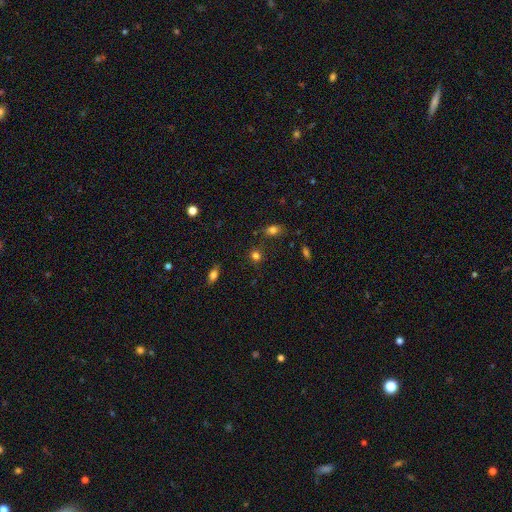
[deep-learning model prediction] Smooth or featured: smooth — 77% (star or artifact — 17%)
How rounded: round — 80% (in between — 18%)
Merging: none — 79% (minor disturbance — 12%)